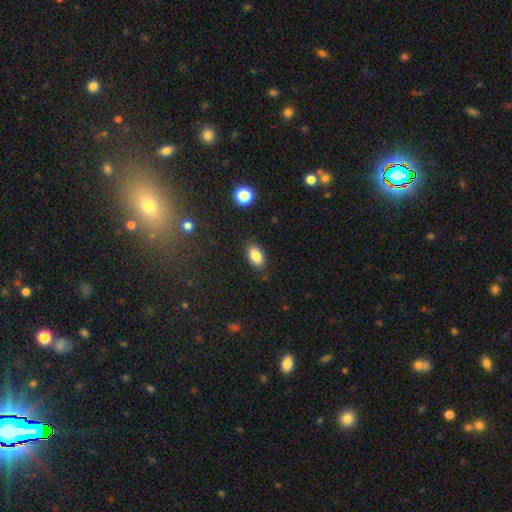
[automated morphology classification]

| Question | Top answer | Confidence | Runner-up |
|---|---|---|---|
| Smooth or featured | smooth | 86% | star or artifact (8%) |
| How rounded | in between | 91% | round (7%) |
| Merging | none | 85% | minor disturbance (11%) |